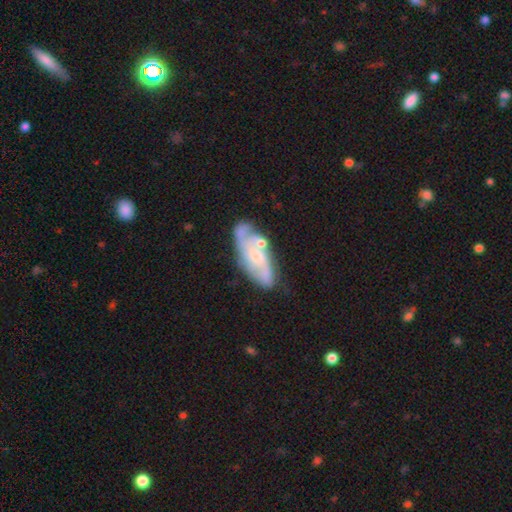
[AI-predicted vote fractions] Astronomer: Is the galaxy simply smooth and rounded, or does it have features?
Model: featured or disk — 70%.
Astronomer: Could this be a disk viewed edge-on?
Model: no — 90%.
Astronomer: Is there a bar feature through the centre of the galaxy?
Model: no — 65%.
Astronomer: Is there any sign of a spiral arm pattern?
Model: yes — 81%.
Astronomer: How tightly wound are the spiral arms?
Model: medium — 42% (runner-up: tight, 37%).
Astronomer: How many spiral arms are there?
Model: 2 — 40% (runner-up: can't tell, 34%).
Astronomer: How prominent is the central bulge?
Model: small — 48% (runner-up: moderate, 40%).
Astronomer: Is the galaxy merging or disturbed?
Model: none — 57%.